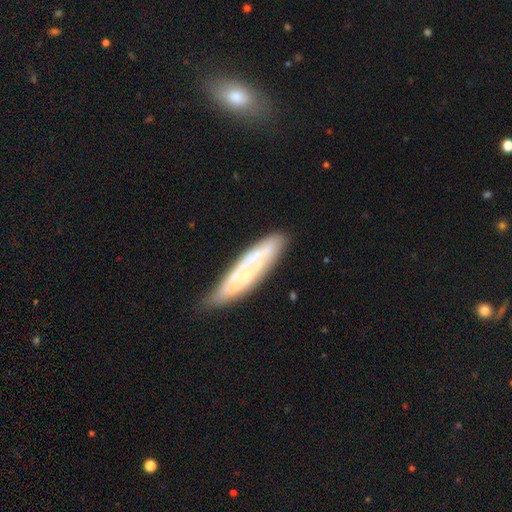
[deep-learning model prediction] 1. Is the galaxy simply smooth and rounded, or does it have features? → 50% featured or disk, 43% smooth, 7% star or artifact.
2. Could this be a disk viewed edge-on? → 58% no, 42% yes.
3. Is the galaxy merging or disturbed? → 72% none, 18% minor disturbance, 5% major disturbance, 4% merger.